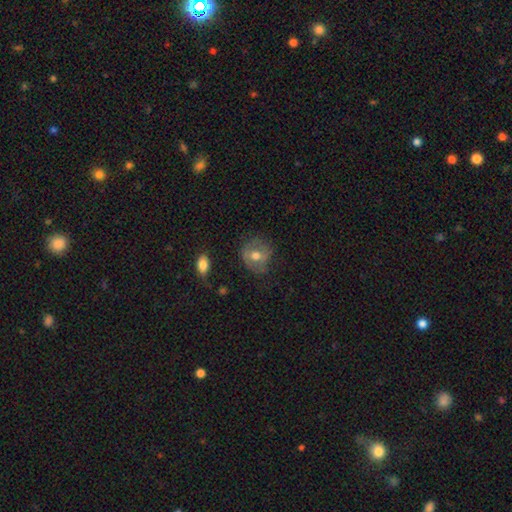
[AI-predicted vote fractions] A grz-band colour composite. It shows a smooth galaxy with no disk features (49%). Merging: none (67%).